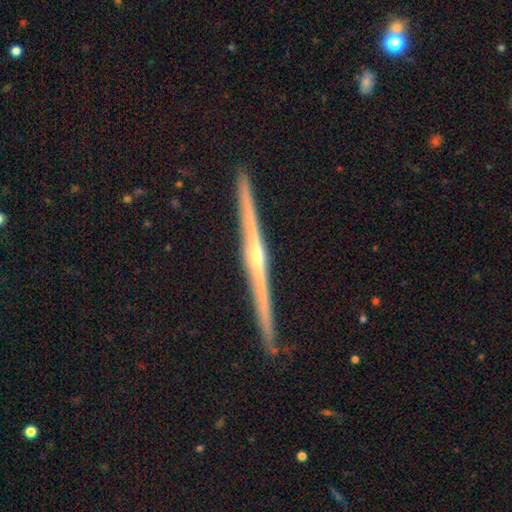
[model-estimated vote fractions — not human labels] smooth_or_featured: featured or disk (p=0.86) [alt: smooth p=0.08]
disk_edge_on: yes (p=0.99) [alt: no p=0.01]
edge_on_bulge: rounded (p=0.73) [alt: none p=0.21]
merging: none (p=0.92) [alt: minor disturbance p=0.06]